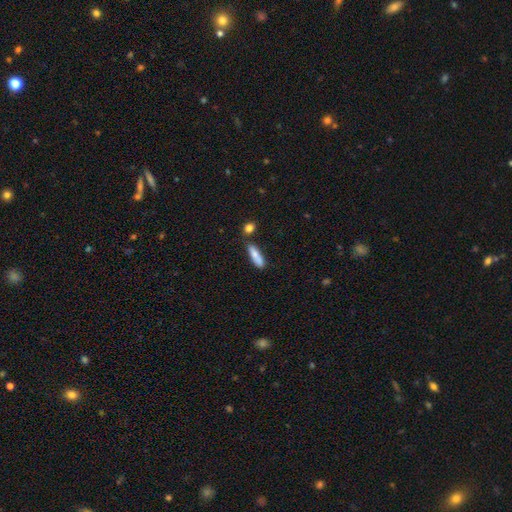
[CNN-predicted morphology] Smooth or featured: smooth — 78% (featured or disk — 16%)
How rounded: cigar-shaped — 62% (in between — 36%)
Merging: none — 66% (minor disturbance — 16%)